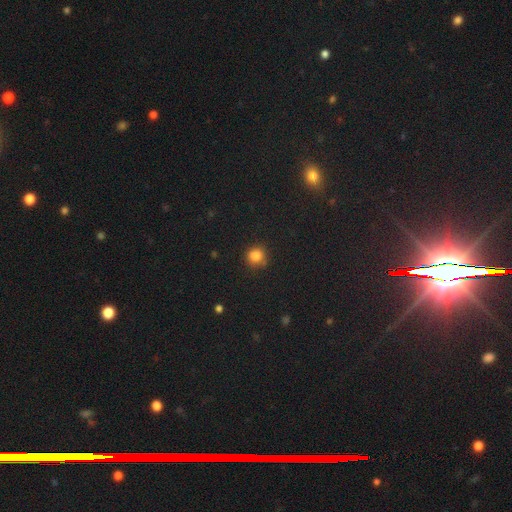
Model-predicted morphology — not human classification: The model was most divided on "merging": none: 80%, minor disturbance: 14%, major disturbance: 3%, merger: 3%. More confident: how rounded — round (89%); smooth or featured — smooth (84%).